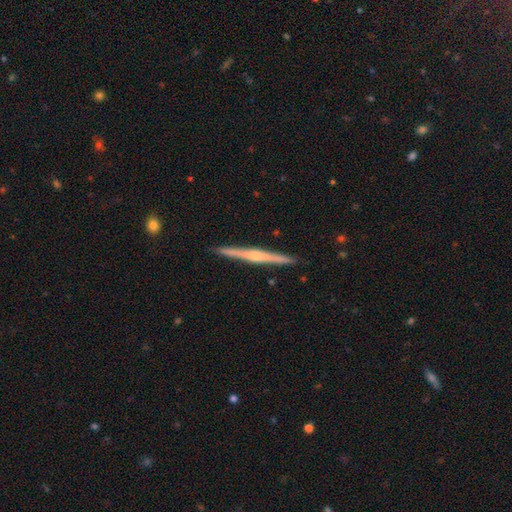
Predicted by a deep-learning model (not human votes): Smooth or featured? featured or disk (74%)
Edge-on disk? yes (99%)
Edge-on bulge? rounded (65%)
Merging? none (92%)